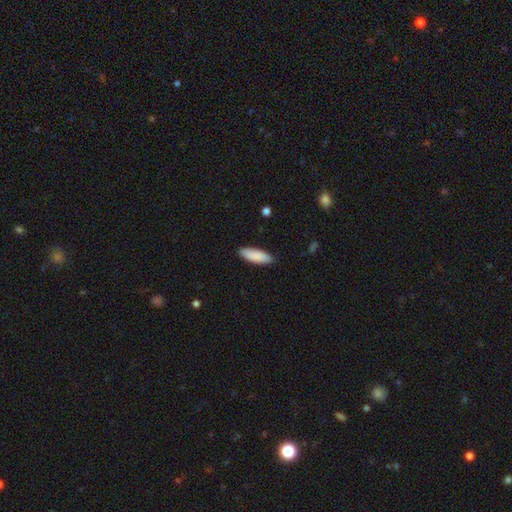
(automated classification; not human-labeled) Overall: smooth (89%). How rounded: in between (62%; cigar-shaped 37%). Merging: none (88%).